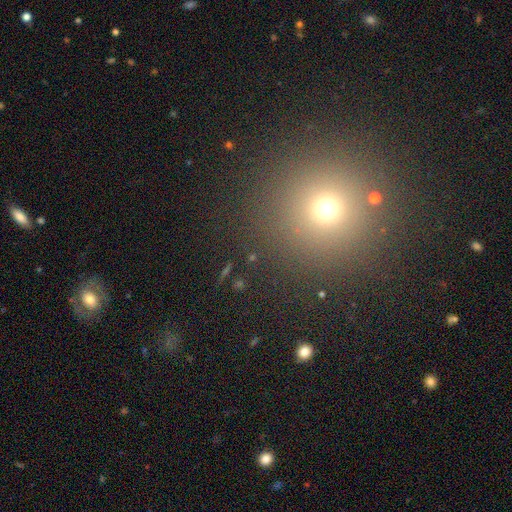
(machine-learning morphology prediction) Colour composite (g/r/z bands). It shows a smooth galaxy with no disk features (59%) that is round (94%). Merging: none (90%).